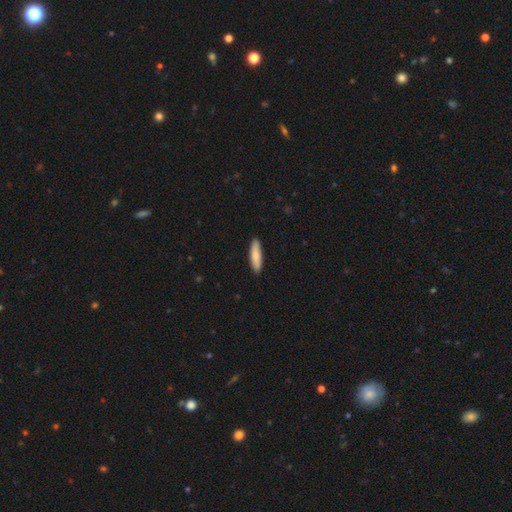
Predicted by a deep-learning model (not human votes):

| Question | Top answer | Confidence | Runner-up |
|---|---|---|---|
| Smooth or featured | smooth | 84% | featured or disk (11%) |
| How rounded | cigar-shaped | 72% | in between (27%) |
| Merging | none | 90% | minor disturbance (8%) |